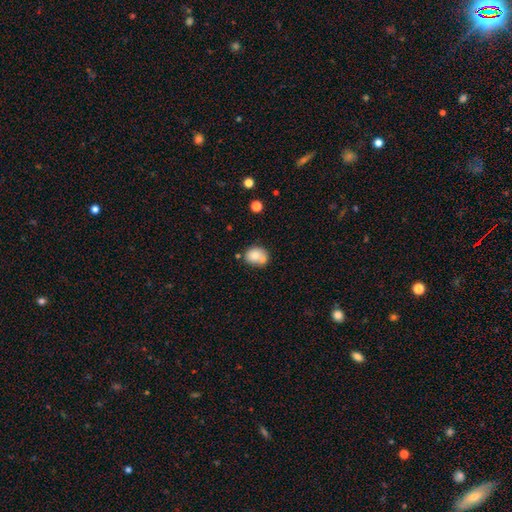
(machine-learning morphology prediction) smooth_or_featured: smooth (p=0.78) [alt: featured or disk p=0.13]
how_rounded: round (p=0.53) [alt: in between p=0.46]
merging: none (p=0.48) [alt: merger p=0.30]